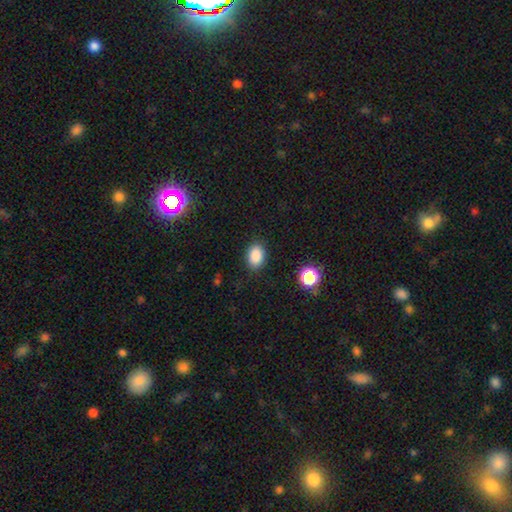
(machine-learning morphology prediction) Overall: smooth (87%). How rounded: in between (79%). Merging: none (86%).